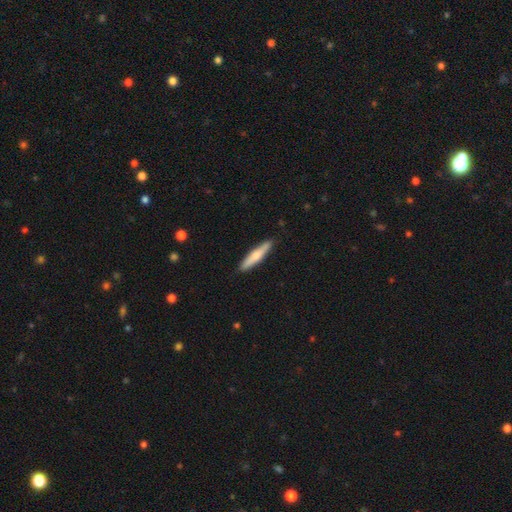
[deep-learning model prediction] Smooth or featured? Predicted: smooth (p=0.60). How rounded? Predicted: cigar-shaped (p=0.87). Merging? Predicted: none (p=0.89).